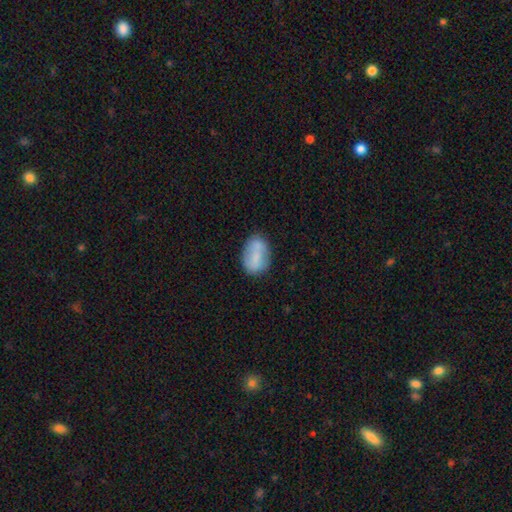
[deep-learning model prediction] smooth_or_featured: smooth (p=0.73) [alt: featured or disk p=0.20]
how_rounded: in between (p=0.84) [alt: round p=0.15]
merging: none (p=0.63) [alt: minor disturbance p=0.21]